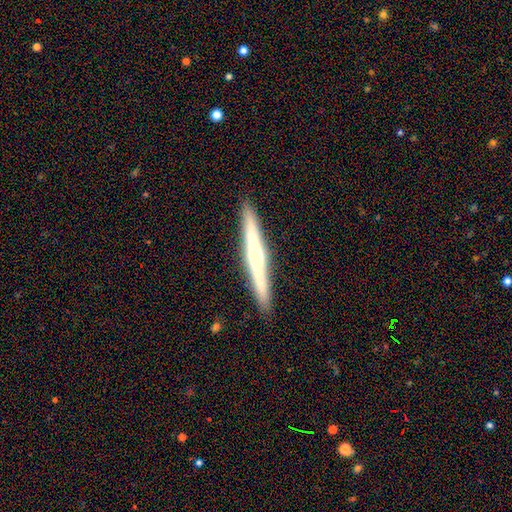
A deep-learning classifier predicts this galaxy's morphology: Smooth or featured? Predicted: featured or disk (p=0.59). Edge-on disk? Predicted: yes (p=0.97). Edge-on bulge? Predicted: rounded (p=0.65). Merging? Predicted: none (p=0.92).